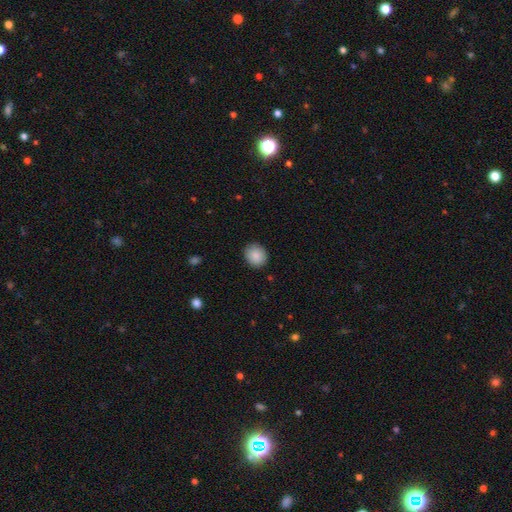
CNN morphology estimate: type=smooth (88%); roundness=round (78%); merging=none (89%).